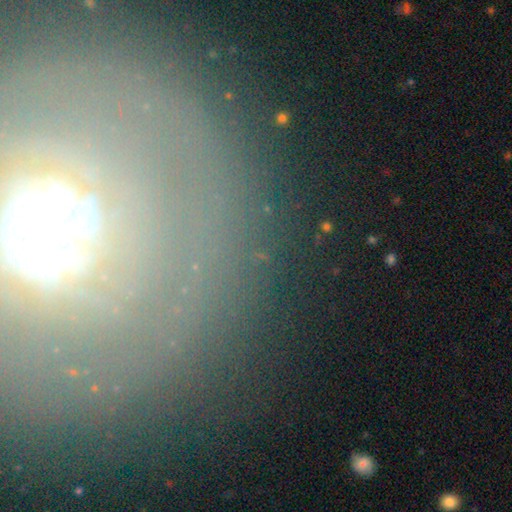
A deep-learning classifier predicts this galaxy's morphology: This is possibly a star or artifact rather than a galaxy (51%).